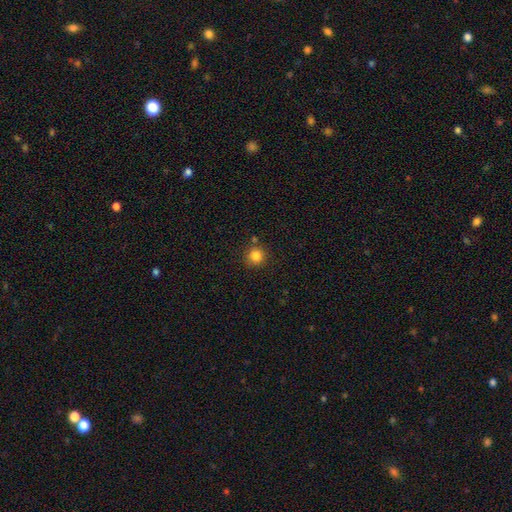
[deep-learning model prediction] Morphology: type=smooth (83%); roundness=round (93%); merging=none (81%).